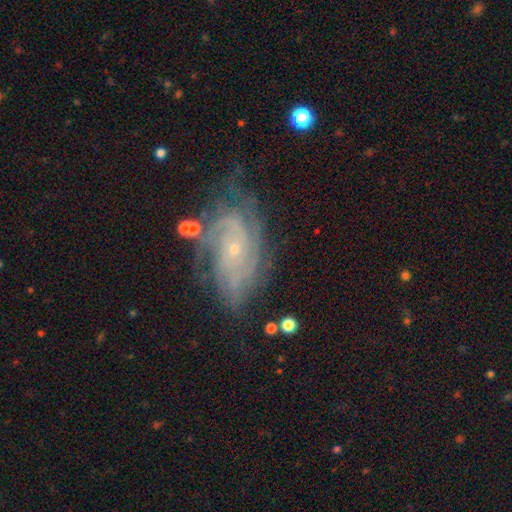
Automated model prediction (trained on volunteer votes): smooth-or-featured: featured or disk: 80% | smooth: 10% | star or artifact: 10%
  disk-edge-on: no: 95% | yes: 5%
    bar: no: 75% | weak: 20% | strong: 5%
    has-spiral-arms: yes: 94% | no: 6%
      spiral-winding: tight: 63% | medium: 29% | loose: 9%
      spiral-arm-count: can't tell: 39% | 2: 17% | 3: 15% | 4: 15% | more than 4: 8% | 1: 7%
    bulge-size: small: 85% | moderate: 11% | none: 2% | large: 1% | dominant: 1%
  merging: none: 65% | minor disturbance: 22% | major disturbance: 10% | merger: 4%